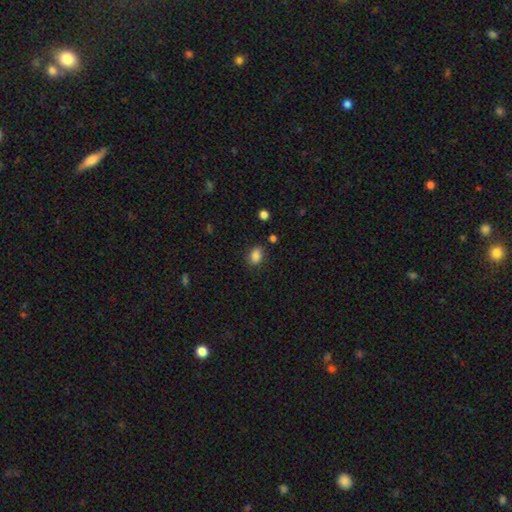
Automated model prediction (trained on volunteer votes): smooth-or-featured: smooth: 85% | star or artifact: 10% | featured or disk: 5%
  how-rounded: in between: 70% | round: 29% | cigar-shaped: 1%
  merging: none: 81% | minor disturbance: 13% | major disturbance: 3% | merger: 3%